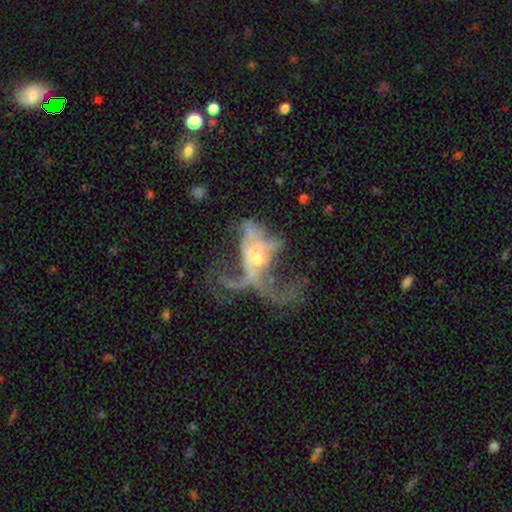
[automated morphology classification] A featured or disk galaxy (71%) with no bar (76%), no spiral arms (57%) and a small central bulge (53%).

Vote fractions:
- Smooth or featured? featured or disk: 71% / smooth: 16% / star or artifact: 13%
- Edge-on disk? no: 92% / yes: 8%
- Bar? no: 76% / weak: 17% / strong: 7%
- Spiral arms? no: 57% / yes: 43%
- Bulge size? small: 53% / moderate: 32% / none: 9% / large: 4% / dominant: 2%
- Merging? major disturbance: 57% / merger: 17% / none: 16% / minor disturbance: 9%